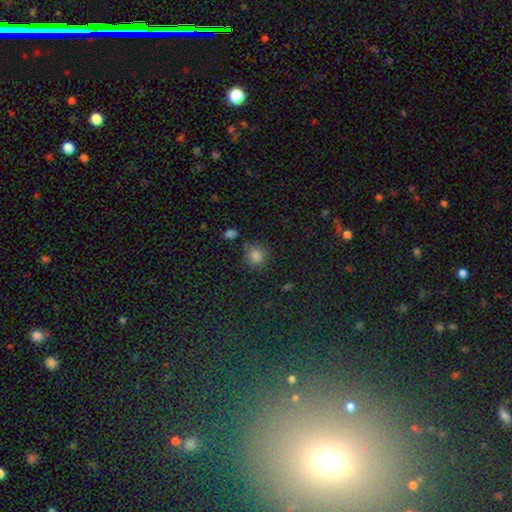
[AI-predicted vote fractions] A smooth galaxy with no disk features (81%) that is round (89%).

Vote fractions:
- Smooth or featured? smooth: 81% / star or artifact: 14% / featured or disk: 5%
- How rounded? round: 89% / in between: 10% / cigar-shaped: 1%
- Merging? none: 77% / minor disturbance: 14% / merger: 5% / major disturbance: 4%